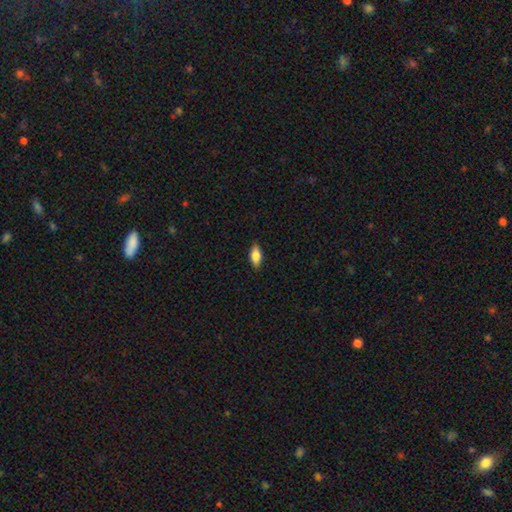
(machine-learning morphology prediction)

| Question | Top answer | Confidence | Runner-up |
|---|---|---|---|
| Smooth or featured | smooth | 78% | featured or disk (15%) |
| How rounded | in between | 83% | cigar-shaped (14%) |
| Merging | none | 86% | minor disturbance (11%) |